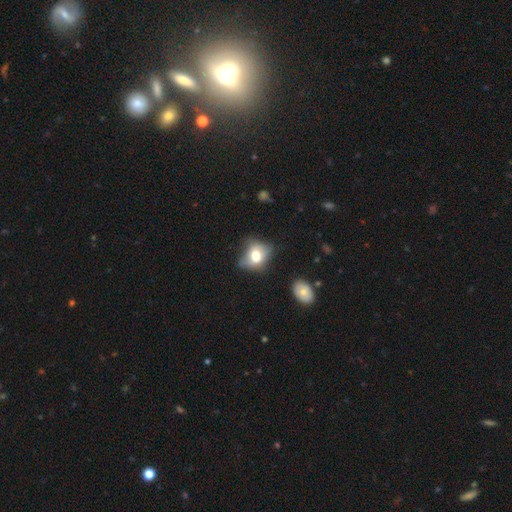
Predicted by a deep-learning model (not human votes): Q: Smooth or featured?
A: smooth (66%); runner-up: featured or disk (24%)
Q: How rounded?
A: in between (57%); runner-up: round (41%)
Q: Merging?
A: none (53%); runner-up: minor disturbance (31%)